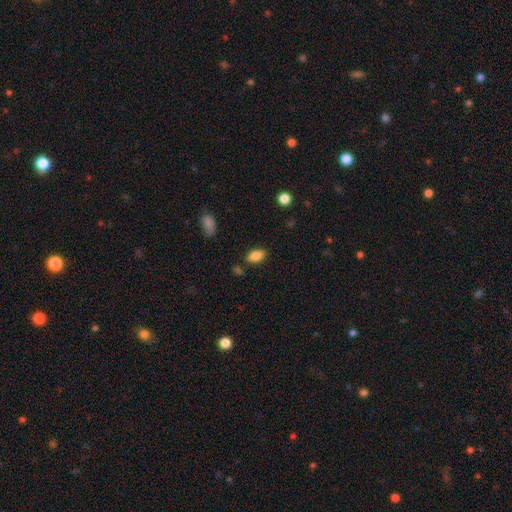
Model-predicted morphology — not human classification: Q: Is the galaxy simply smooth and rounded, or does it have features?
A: smooth — 85%.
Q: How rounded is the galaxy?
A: in between — 90%.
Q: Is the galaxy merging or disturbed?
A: none — 81%.